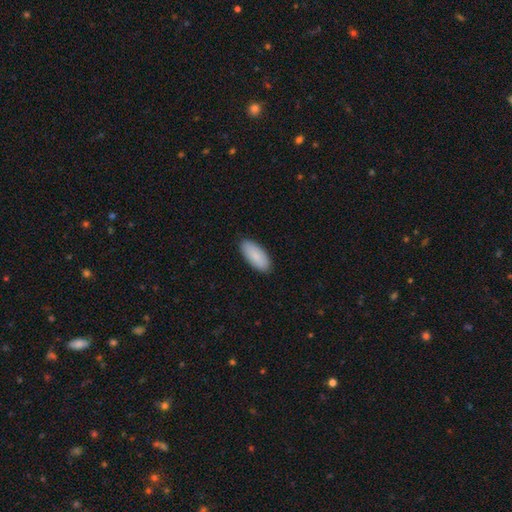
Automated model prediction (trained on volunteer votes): A smooth galaxy with no disk features (88%) that is in between round and cigar-shaped (88%). Merging: none (89%).